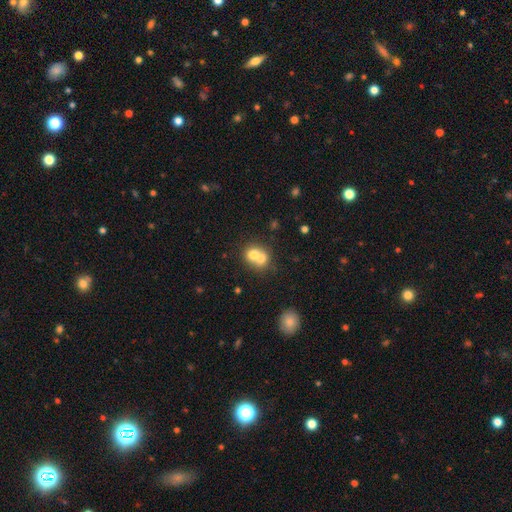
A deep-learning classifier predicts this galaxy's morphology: Q: Smooth or featured?
A: smooth (67%); runner-up: featured or disk (22%)
Q: How rounded?
A: round (71%); runner-up: in between (28%)
Q: Merging?
A: merger (67%); runner-up: none (25%)